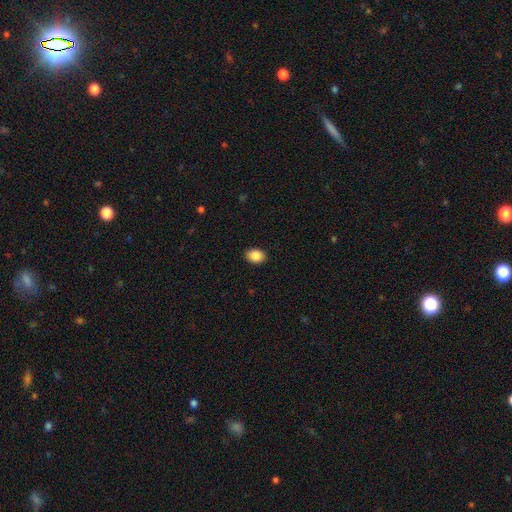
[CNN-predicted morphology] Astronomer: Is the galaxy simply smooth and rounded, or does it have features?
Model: smooth — 88%.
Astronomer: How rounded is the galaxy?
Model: in between — 72%.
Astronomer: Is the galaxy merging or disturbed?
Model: none — 89%.